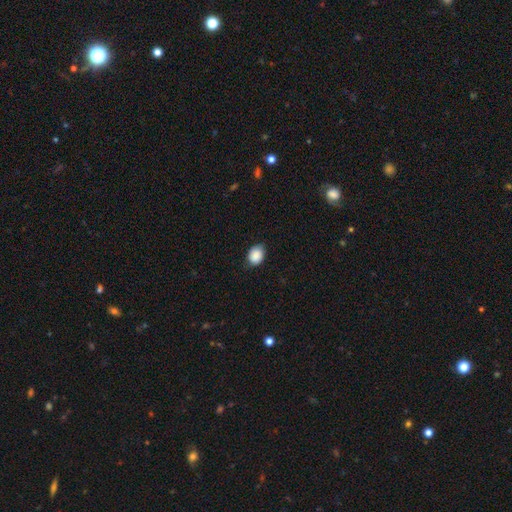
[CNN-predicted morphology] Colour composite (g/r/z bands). It shows a smooth galaxy with no disk features (89%) that is in between round and cigar-shaped (53%). Merging: none (78%).